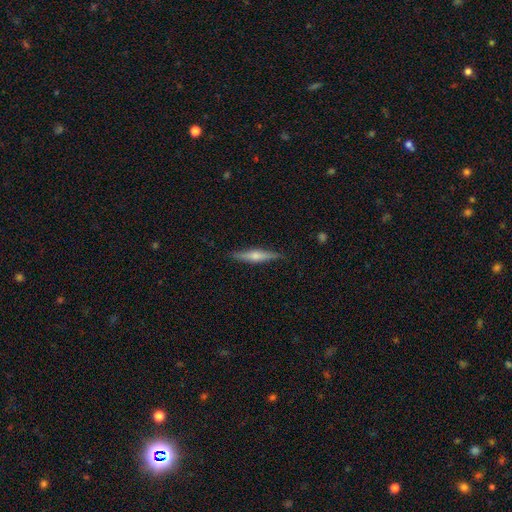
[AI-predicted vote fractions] Overall: featured or disk (54%; smooth 40%). Edge-on disk: yes (96%). Edge-on bulge: rounded (81%). Merging: none (88%).